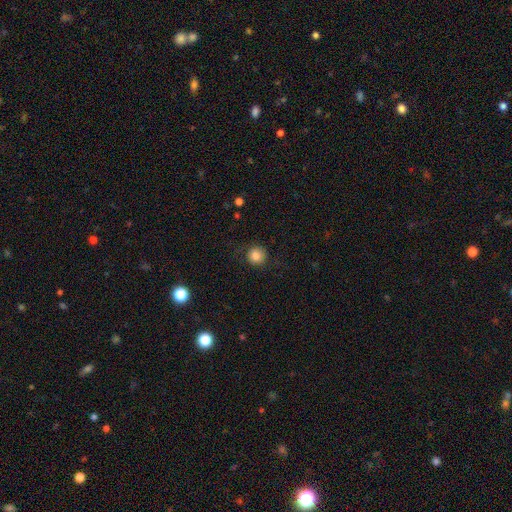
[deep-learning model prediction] Morphology: type=smooth (83%); roundness=round (93%); merging=none (84%).